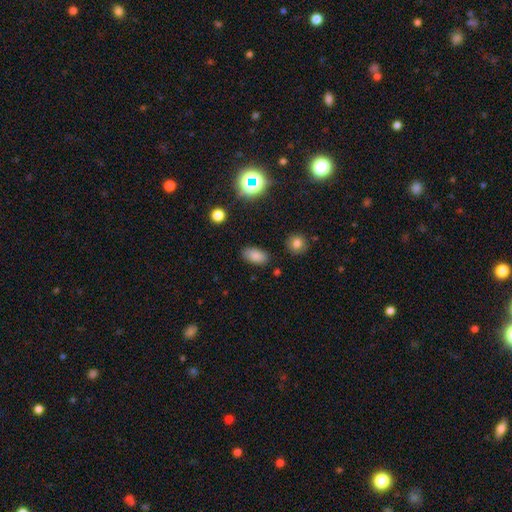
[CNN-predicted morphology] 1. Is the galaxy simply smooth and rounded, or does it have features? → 81% smooth, 12% star or artifact, 7% featured or disk.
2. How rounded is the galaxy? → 92% in between, 5% round, 3% cigar-shaped.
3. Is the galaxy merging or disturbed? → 85% none, 10% minor disturbance, 3% major disturbance, 2% merger.